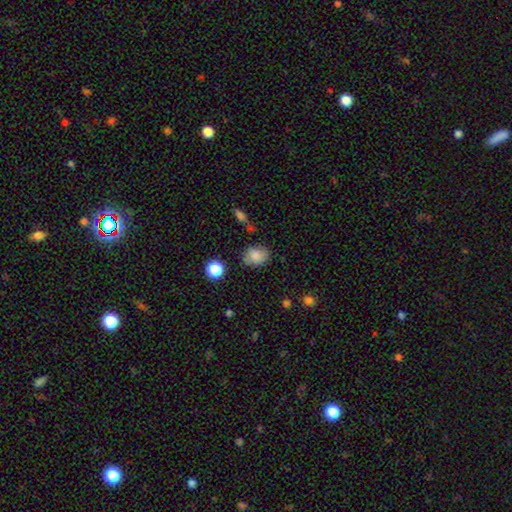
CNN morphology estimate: This appears to be a smooth galaxy with no disk features (83%) that is in between round and cigar-shaped (54%). Merging: none (76%).